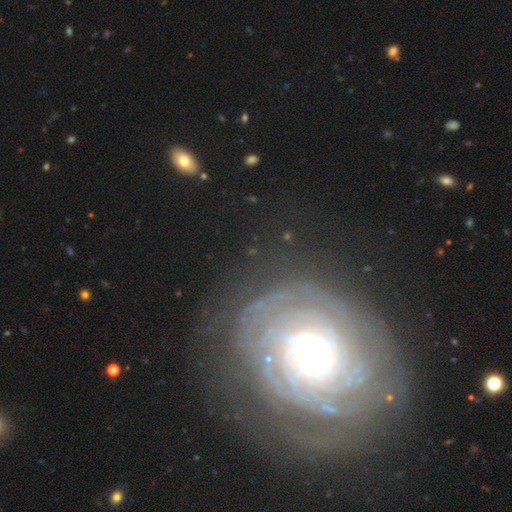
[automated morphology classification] A featured or disk galaxy (81%) with no bar (79%), tight (83%) spiral arms (87%) and a moderate central bulge (56%). Merging: none (76%).